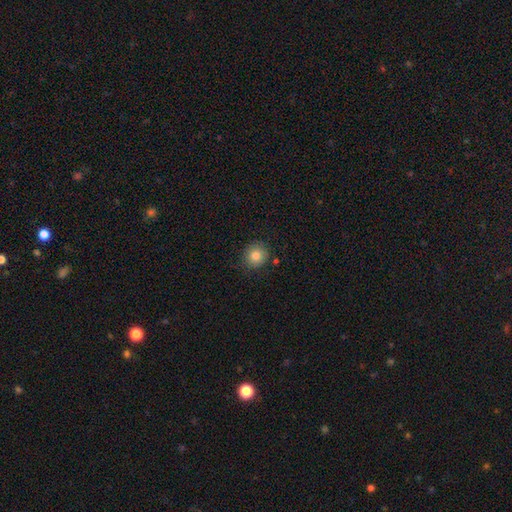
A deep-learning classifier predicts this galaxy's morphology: The model was most divided on "merging": none: 83%, minor disturbance: 12%, major disturbance: 3%, merger: 3%. More confident: how rounded — round (87%); smooth or featured — smooth (82%).